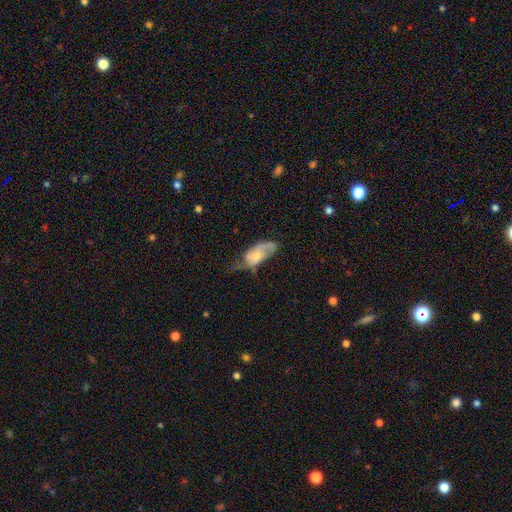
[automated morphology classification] A featured or disk galaxy (58%) with no bar (71%), spiral arms (78%) and a small central bulge (45%).

Vote fractions:
- Smooth or featured? featured or disk: 58% / smooth: 35% / star or artifact: 7%
- Edge-on disk? no: 90% / yes: 10%
- Bar? no: 71% / weak: 24% / strong: 5%
- Spiral arms? yes: 78% / no: 22%
- Bulge size? small: 45% / moderate: 43% / none: 6% / large: 5% / dominant: 1%
- Merging? none: 37% / minor disturbance: 32% / major disturbance: 27% / merger: 4%